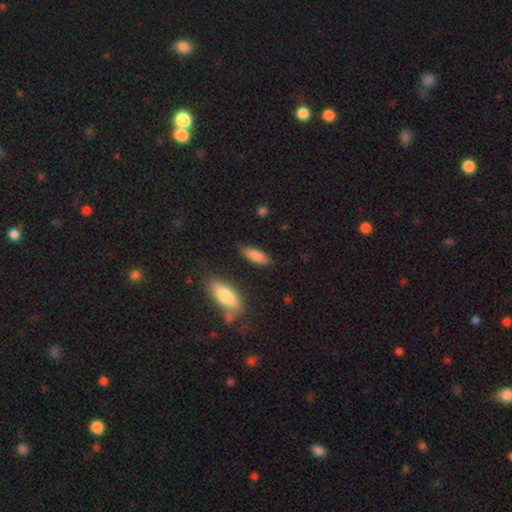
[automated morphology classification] This appears to be a smooth galaxy with no disk features (86%) that is in between round and cigar-shaped (66%). Merging: none (81%).